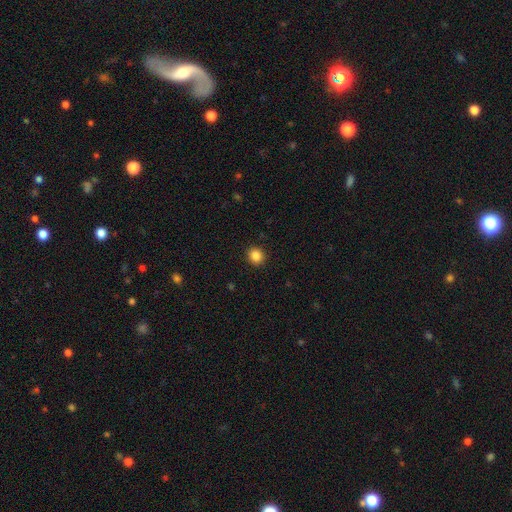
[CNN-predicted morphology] Smooth or featured: smooth — 86% (star or artifact — 11%)
How rounded: round — 89% (in between — 10%)
Merging: none — 92% (minor disturbance — 5%)